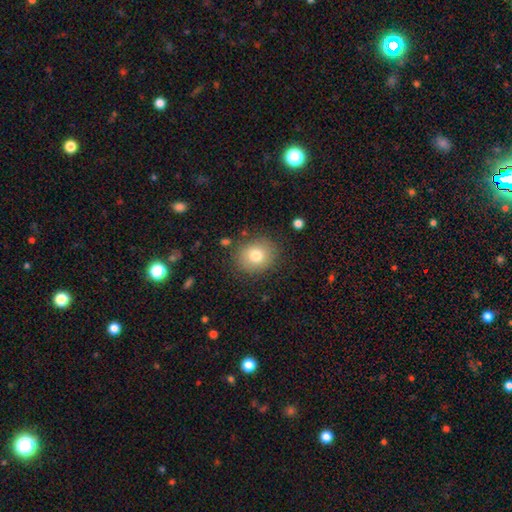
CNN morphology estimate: A smooth galaxy with no disk features (78%) that is round (73%). Merging: none (84%).